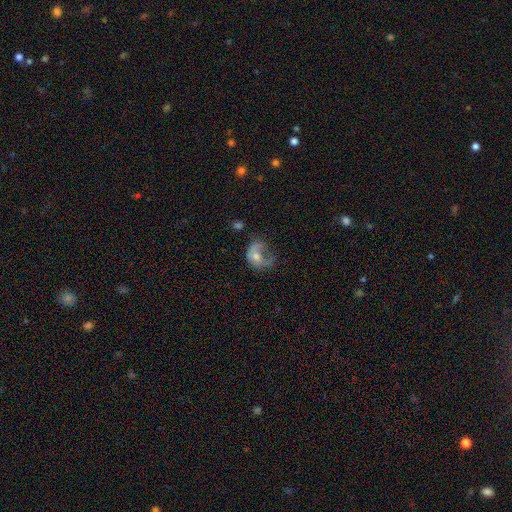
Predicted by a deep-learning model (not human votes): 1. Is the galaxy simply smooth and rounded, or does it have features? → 46% smooth, 43% featured or disk, 11% star or artifact.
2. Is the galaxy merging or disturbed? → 45% major disturbance, 25% none, 24% minor disturbance, 6% merger.